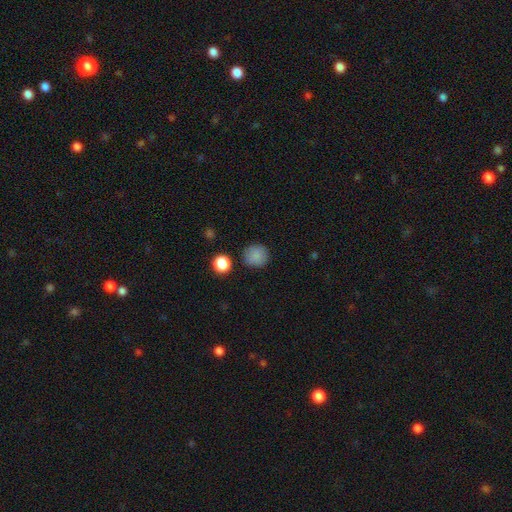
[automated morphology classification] Smooth or featured? Predicted: smooth (p=0.86). How rounded? Predicted: round (p=0.94). Merging? Predicted: none (p=0.87).